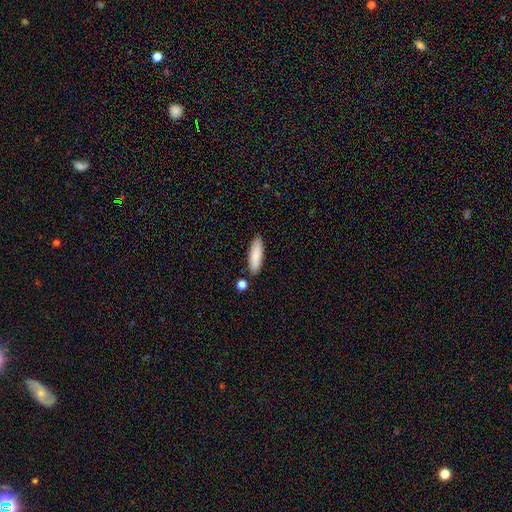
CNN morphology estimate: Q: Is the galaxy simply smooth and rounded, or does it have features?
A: smooth — 83%.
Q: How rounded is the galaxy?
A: in between — 50%.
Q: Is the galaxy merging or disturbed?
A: none — 83%.